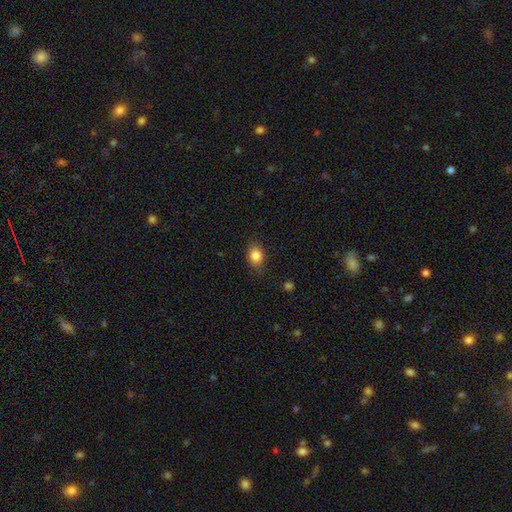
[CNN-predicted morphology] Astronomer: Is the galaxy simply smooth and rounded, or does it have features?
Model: smooth — 84%.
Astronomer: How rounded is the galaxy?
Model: in between — 52% (runner-up: round, 47%).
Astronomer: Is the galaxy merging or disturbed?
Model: none — 81%.